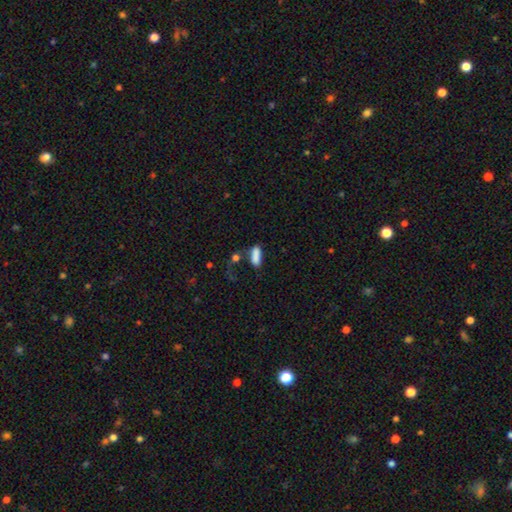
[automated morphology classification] This appears to be a smooth galaxy with no disk features (82%) that is in between round and cigar-shaped (61%). Merging: none (48%).